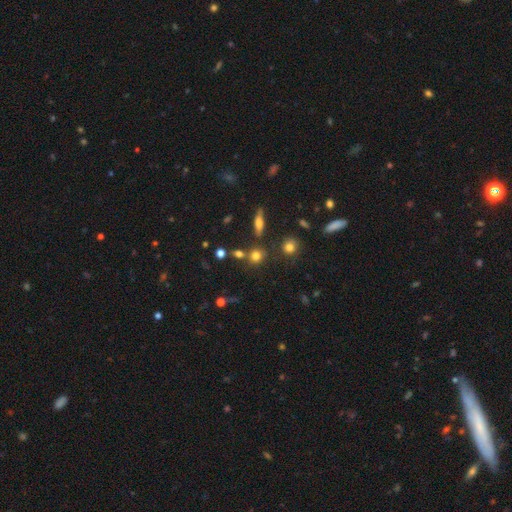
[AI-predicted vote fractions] A smooth galaxy with no disk features (74%) that is round (78%). Merging: none (70%).